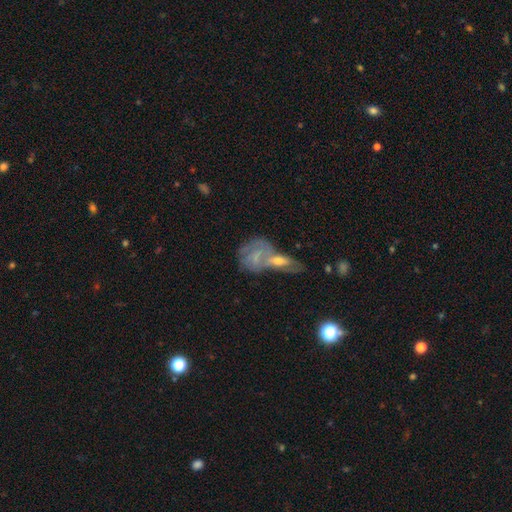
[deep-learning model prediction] The model was most divided on "smooth or featured": featured or disk: 50%, smooth: 39%, star or artifact: 10%. Remaining: edge-on disk — no (91%); merging — merger (49%).